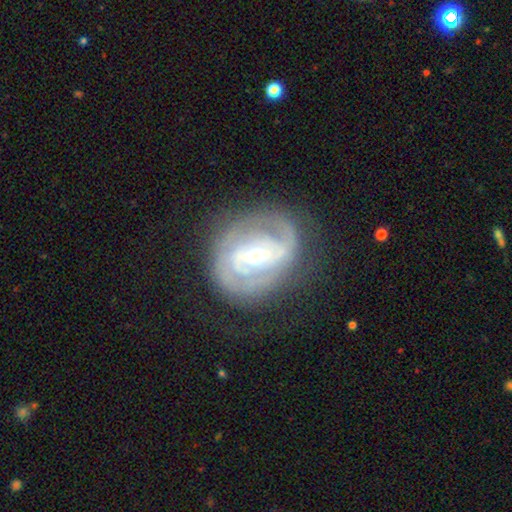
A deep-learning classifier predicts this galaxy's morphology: The model was most divided on "bulge size": moderate: 49%, small: 47%, large: 2%, none: 1%, dominant: 1%. Remaining: edge-on disk — no (97%); spiral arms — yes (87%); smooth or featured — featured or disk (84%); merging — none (72%); spiral winding — tight (57%); spiral arm count — 2 (51%); bar — weak (44%).